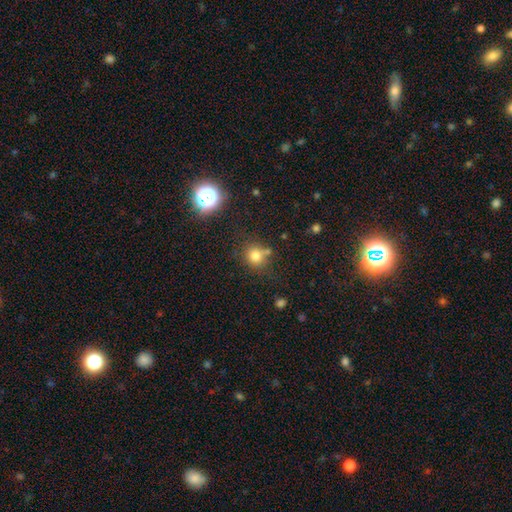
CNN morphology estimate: type=smooth (76%); roundness=round (82%); merging=none (64%).